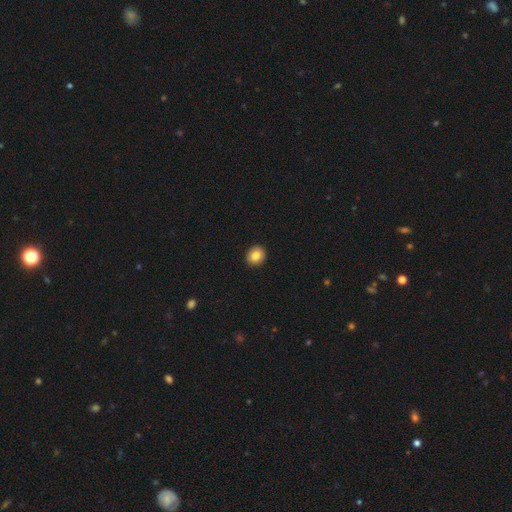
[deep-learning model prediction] A smooth galaxy with no disk features (83%) that is round (75%). Merging: none (93%).